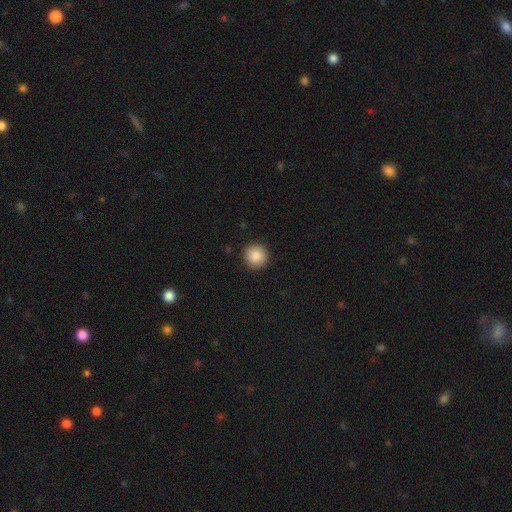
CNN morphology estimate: Smooth or featured? Predicted: smooth (p=0.88). How rounded? Predicted: round (p=0.95). Merging? Predicted: none (p=0.92).